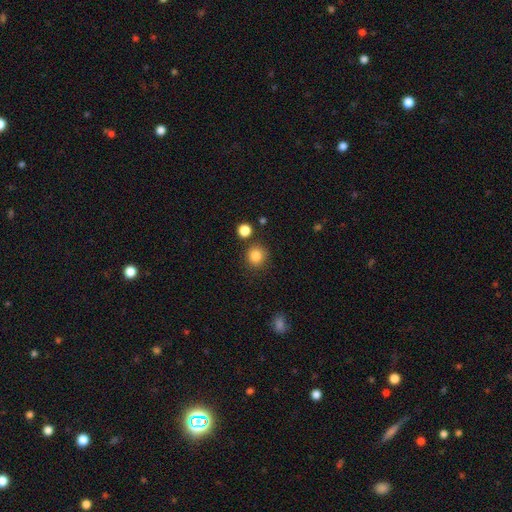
Morphology: type=smooth (95%); roundness=round (94%); merging=none (83%).